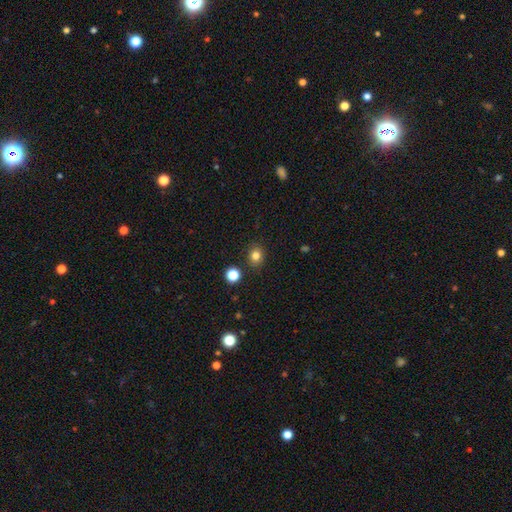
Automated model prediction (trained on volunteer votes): smooth_or_featured: smooth (p=0.81) [alt: star or artifact p=0.13]
how_rounded: round (p=0.71) [alt: in between p=0.28]
merging: none (p=0.87) [alt: minor disturbance p=0.08]